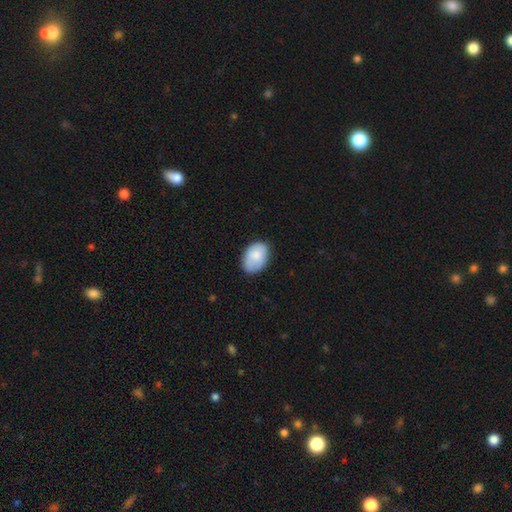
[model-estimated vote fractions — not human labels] smooth-or-featured: smooth: 82% | featured or disk: 11% | star or artifact: 6%
  how-rounded: in between: 84% | round: 15% | cigar-shaped: 1%
  merging: none: 77% | minor disturbance: 18% | major disturbance: 3% | merger: 1%